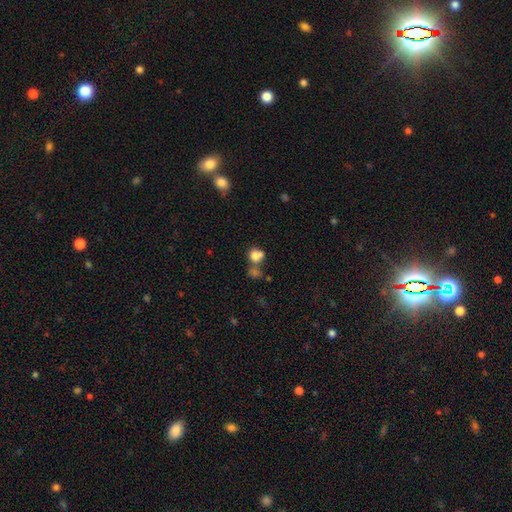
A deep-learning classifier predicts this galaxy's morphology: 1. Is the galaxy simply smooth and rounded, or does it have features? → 76% smooth, 12% featured or disk, 12% star or artifact.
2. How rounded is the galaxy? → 75% round, 24% in between, 1% cigar-shaped.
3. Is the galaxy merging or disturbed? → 47% merger, 37% none, 10% minor disturbance, 6% major disturbance.